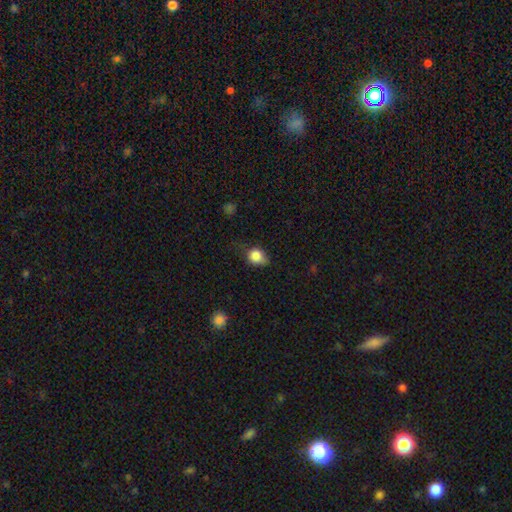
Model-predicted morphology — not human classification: Smooth or featured: smooth — 84% (star or artifact — 9%)
How rounded: round — 61% (in between — 38%)
Merging: none — 48% (minor disturbance — 38%)